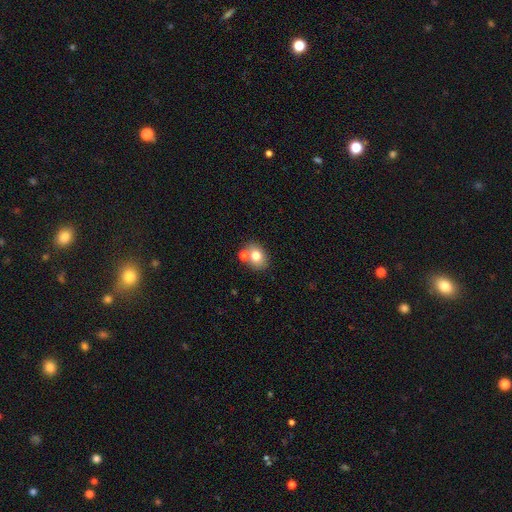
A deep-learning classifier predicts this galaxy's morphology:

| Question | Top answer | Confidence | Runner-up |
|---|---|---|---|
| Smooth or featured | smooth | 75% | featured or disk (14%) |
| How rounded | in between | 51% | round (48%) |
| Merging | none | 63% | merger (22%) |